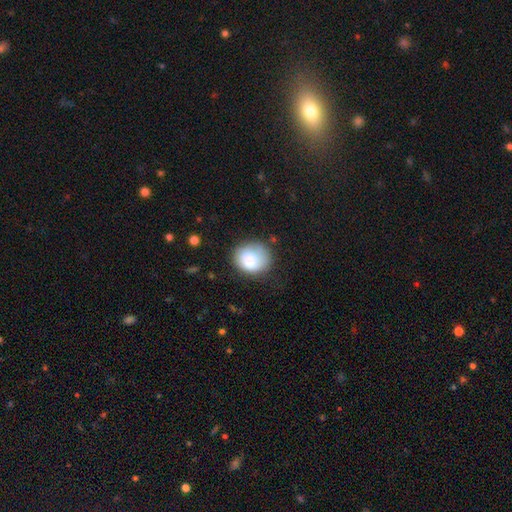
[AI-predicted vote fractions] smooth-or-featured: smooth: 76% | featured or disk: 15% | star or artifact: 9%
  how-rounded: round: 74% | in between: 25% | cigar-shaped: 1%
  merging: none: 64% | minor disturbance: 24% | major disturbance: 9% | merger: 2%